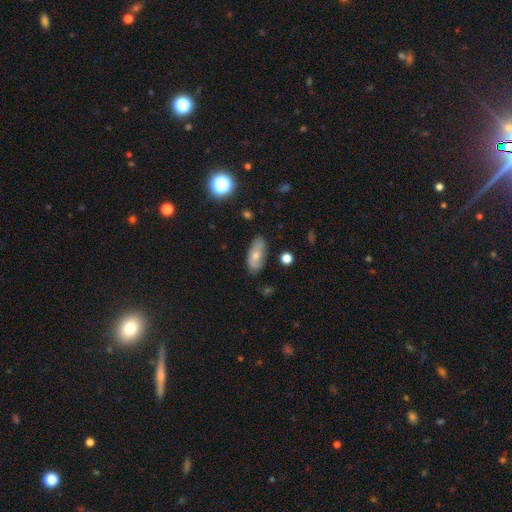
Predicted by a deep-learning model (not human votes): Overall: smooth (67%). How rounded: in between (82%). Merging: none (77%).